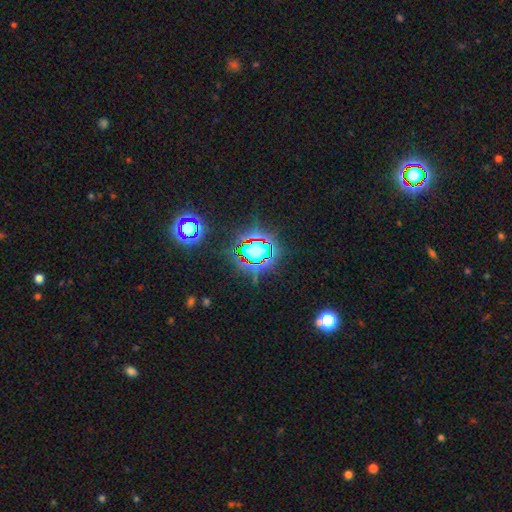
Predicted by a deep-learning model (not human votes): star or artifact 74%, smooth 17%, featured or disk 9%.